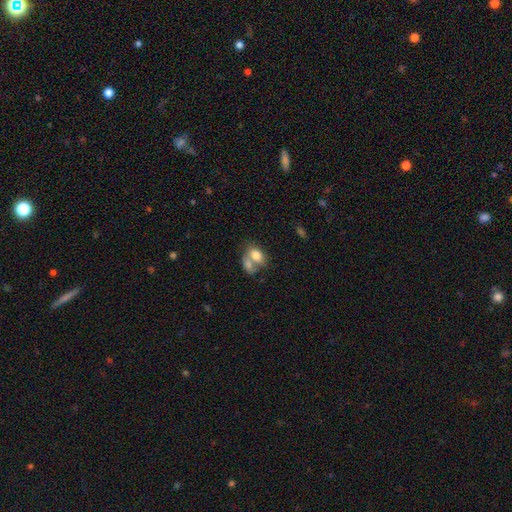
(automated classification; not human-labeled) Morphology: type=smooth (77%); roundness=in between (83%); merging=merger (57%).